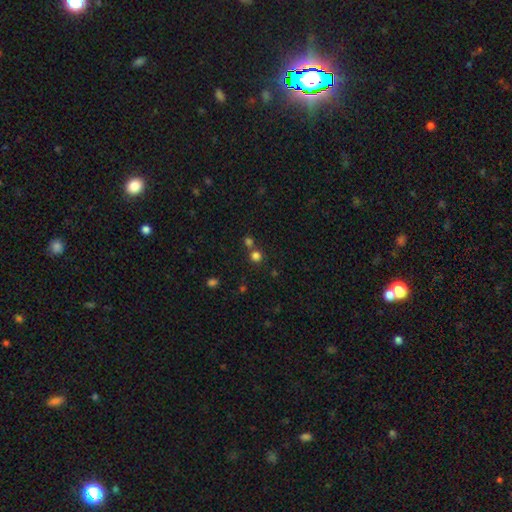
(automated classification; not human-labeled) Smooth or featured: smooth — 76% (star or artifact — 19%)
How rounded: round — 91% (in between — 8%)
Merging: none — 66% (merger — 25%)